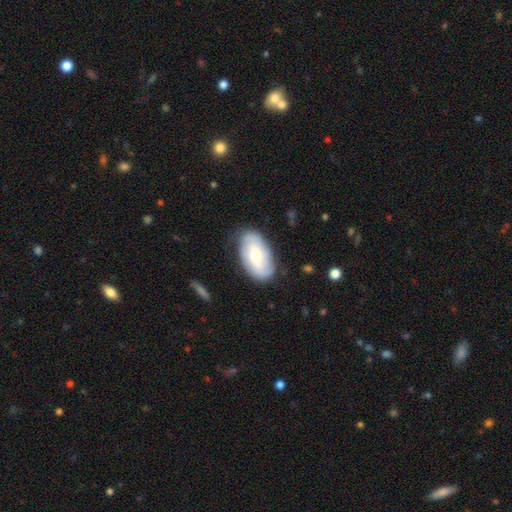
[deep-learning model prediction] A featured or disk galaxy (57%) with no bar (64%), spiral arms (87%) and a moderate central bulge (49%). Merging: none (76%).